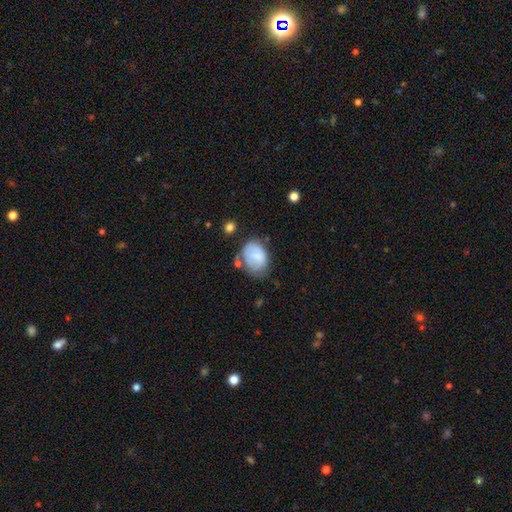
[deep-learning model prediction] Morphology: type=smooth (72%); roundness=in between (69%); merging=none (49%).